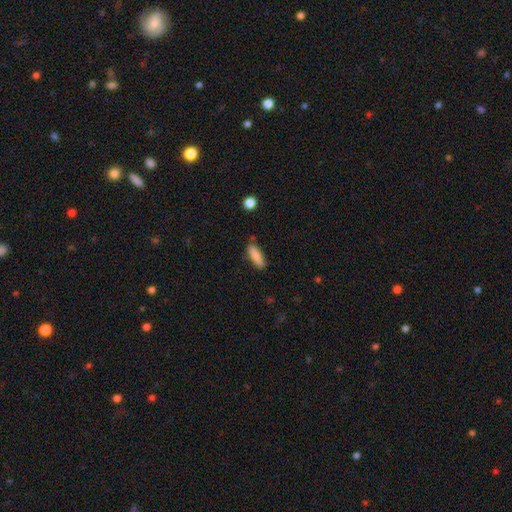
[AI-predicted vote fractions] Morphology: type=smooth (85%); roundness=cigar-shaped (53%); merging=none (80%).